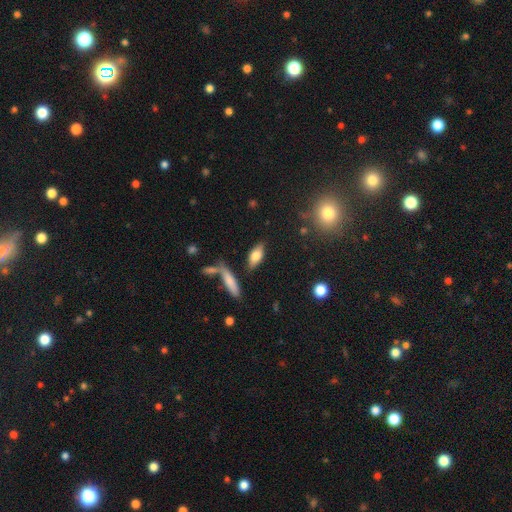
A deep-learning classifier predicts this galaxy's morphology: This appears to be a smooth galaxy with no disk features (73%) that is in between round and cigar-shaped (80%). Merging: none (76%).